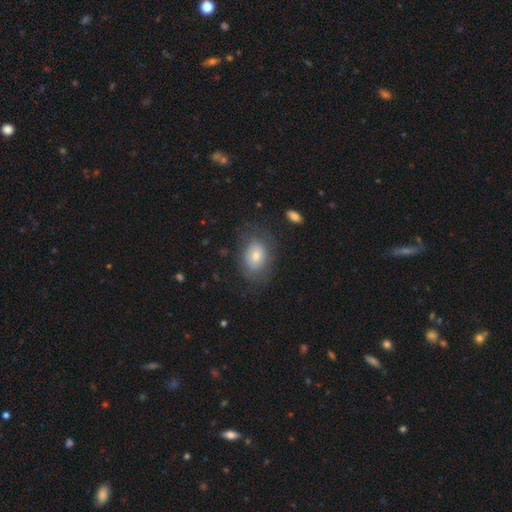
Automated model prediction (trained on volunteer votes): Smooth or featured: smooth — 65% (featured or disk — 26%)
How rounded: in between — 78% (round — 20%)
Merging: none — 71% (minor disturbance — 19%)